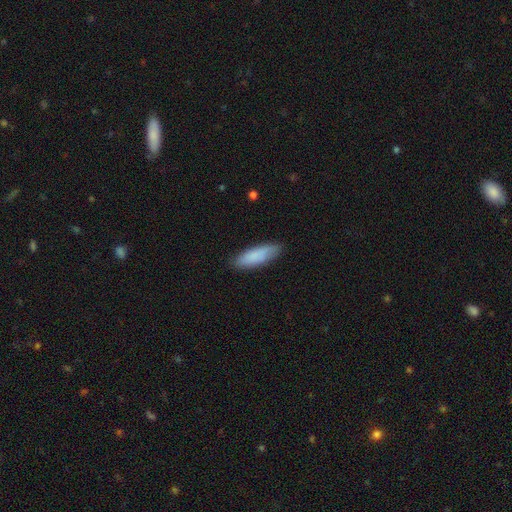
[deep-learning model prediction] Smooth or featured?
  - smooth: 85% *
  - featured or disk: 9%
  - star or artifact: 6%
How rounded?
  - in between: 54% *
  - cigar-shaped: 45%
  - round: 2%
Merging?
  - none: 83% *
  - minor disturbance: 13%
  - major disturbance: 2%
  - merger: 1%